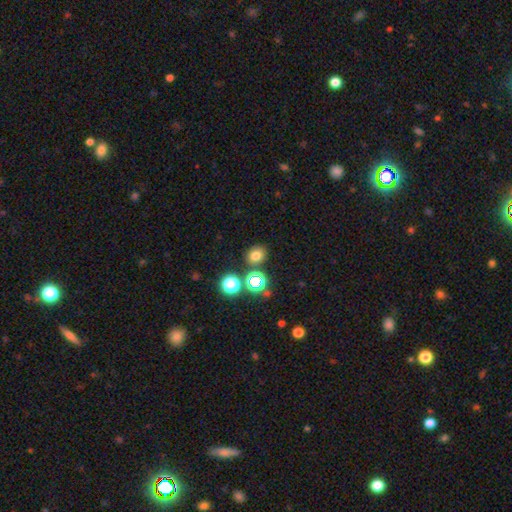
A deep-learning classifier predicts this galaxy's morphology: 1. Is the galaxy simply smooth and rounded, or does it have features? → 70% smooth, 22% star or artifact, 8% featured or disk.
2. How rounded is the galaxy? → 62% round, 37% in between, 1% cigar-shaped.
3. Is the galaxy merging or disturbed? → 79% none, 9% minor disturbance, 9% merger, 3% major disturbance.